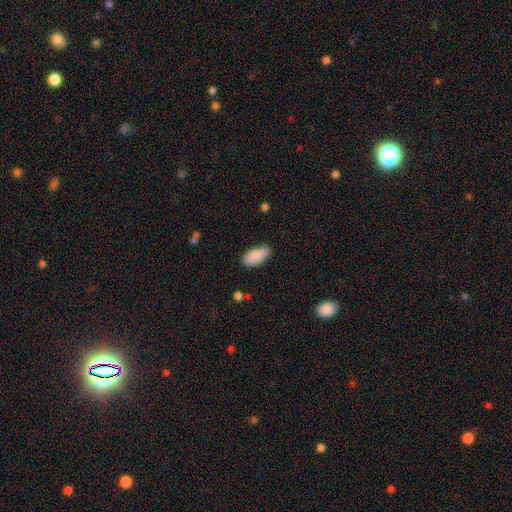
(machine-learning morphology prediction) smooth-or-featured: smooth: 88% | star or artifact: 6% | featured or disk: 6%
  how-rounded: in between: 92% | cigar-shaped: 6% | round: 2%
  merging: none: 74% | minor disturbance: 20% | major disturbance: 3% | merger: 2%